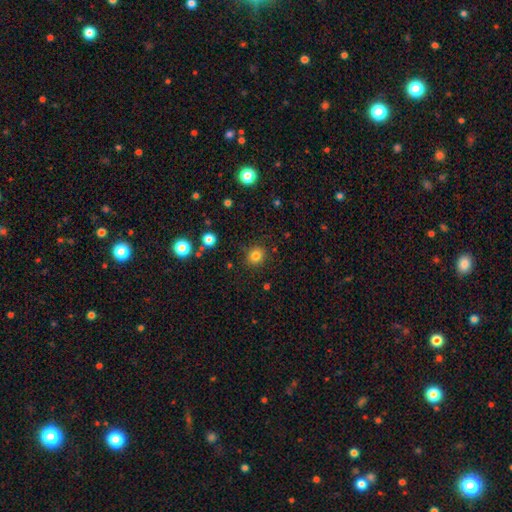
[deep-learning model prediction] smooth 81%, star or artifact 13%, featured or disk 5%. Down the decision tree: how rounded — round (84%); merging — none (87%).